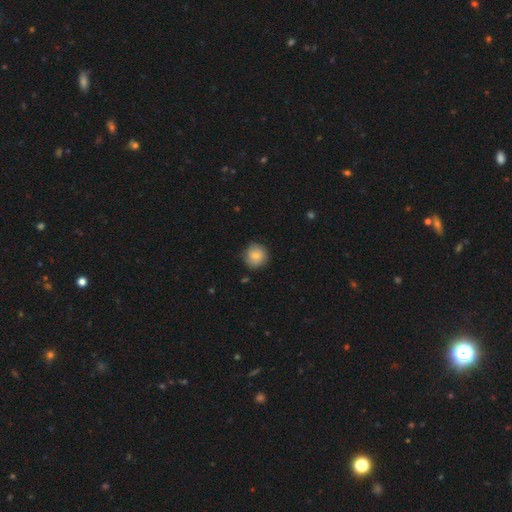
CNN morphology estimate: Smooth or featured? smooth (80%)
How rounded? round (92%)
Merging? none (82%)